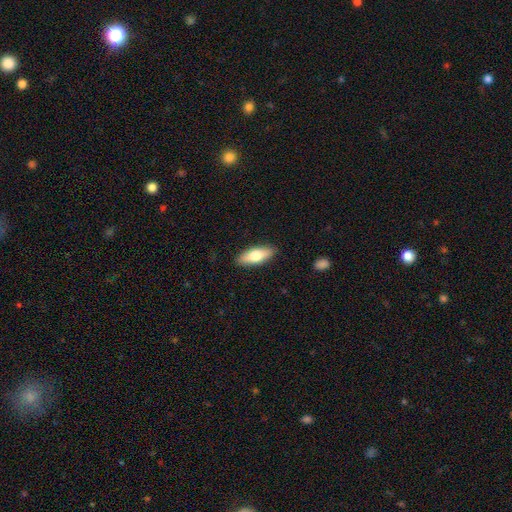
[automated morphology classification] type=smooth (70%); roundness=in between (68%); merging=none (88%).